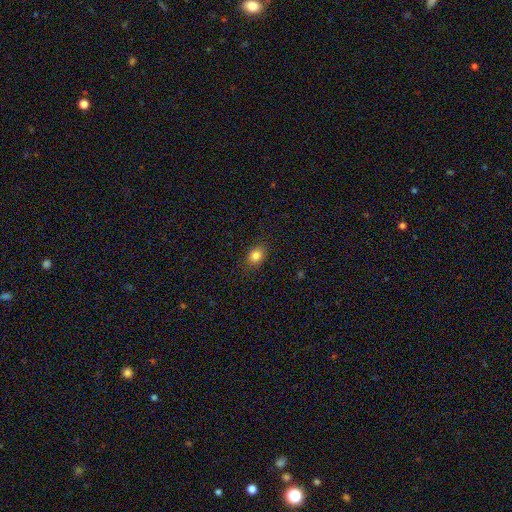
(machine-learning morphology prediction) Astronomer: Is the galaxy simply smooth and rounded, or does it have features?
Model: smooth — 83%.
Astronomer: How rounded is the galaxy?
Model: in between — 52% (runner-up: round, 47%).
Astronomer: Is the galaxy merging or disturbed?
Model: none — 85%.